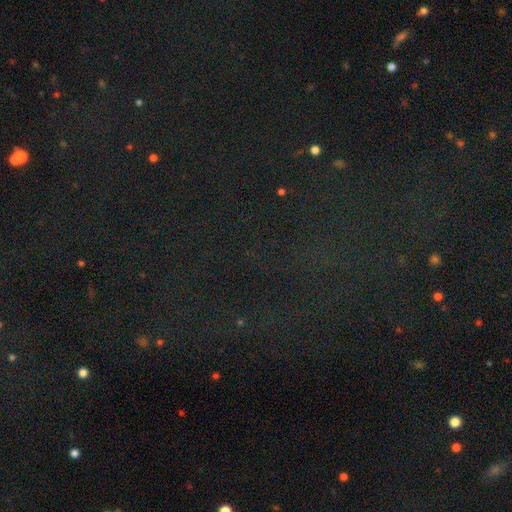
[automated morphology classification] Smooth or featured: star or artifact — 80% (smooth — 12%)